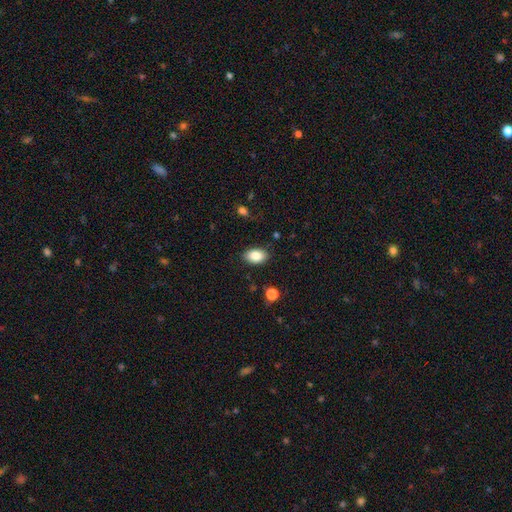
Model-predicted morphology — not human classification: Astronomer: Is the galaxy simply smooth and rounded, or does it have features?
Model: smooth — 86%.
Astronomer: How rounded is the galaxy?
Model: in between — 90%.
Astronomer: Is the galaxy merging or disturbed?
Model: none — 85%.